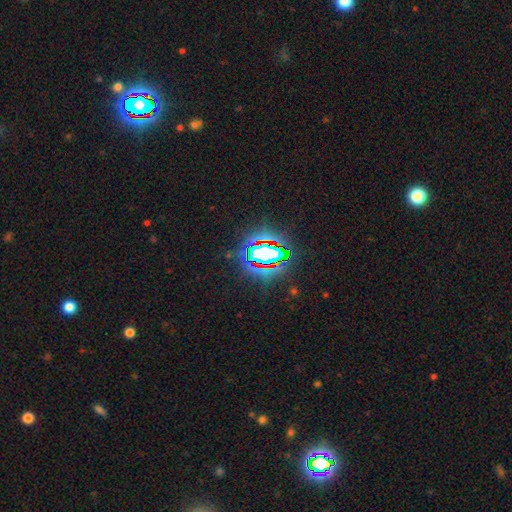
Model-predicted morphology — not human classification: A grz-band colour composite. It shows a star or artifact, not a galaxy (79%).